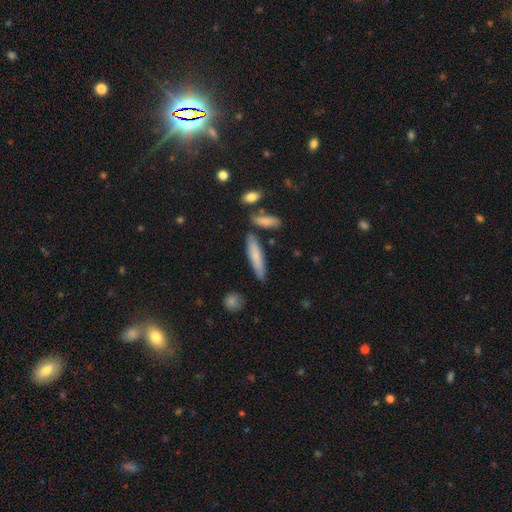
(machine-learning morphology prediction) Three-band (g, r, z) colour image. It shows a smooth galaxy with no disk features (72%) that is cigar-shaped (83%). Merging: none (78%).